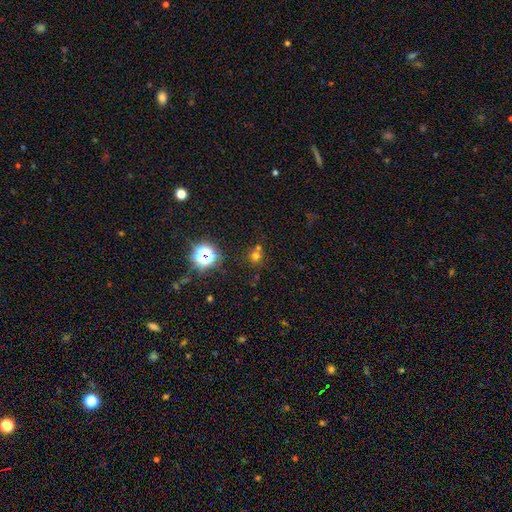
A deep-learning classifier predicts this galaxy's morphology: Overall: smooth (59%; star or artifact 31%). How rounded: round (87%). Merging: none (63%; merger 25%).